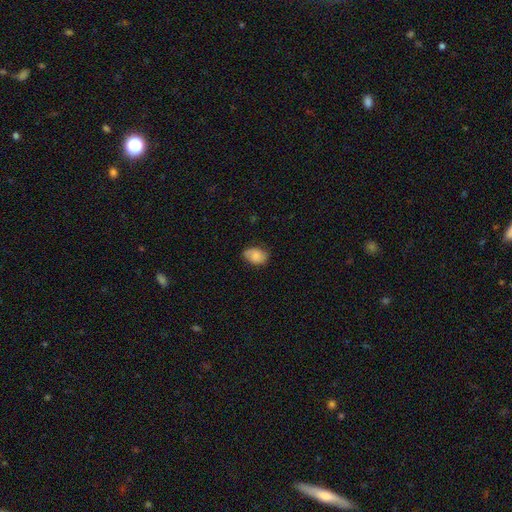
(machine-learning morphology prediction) This is likely a smooth galaxy (76%). How rounded: clearly in between (80%). Merging: likely none (71%).